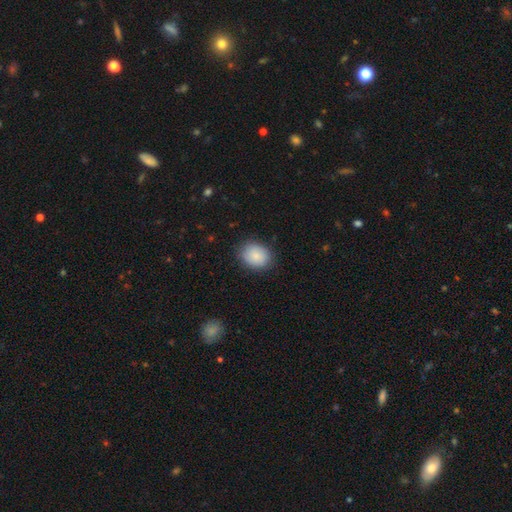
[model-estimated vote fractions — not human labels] Overall: smooth (87%). How rounded: in between (54%; round 45%). Merging: none (85%).